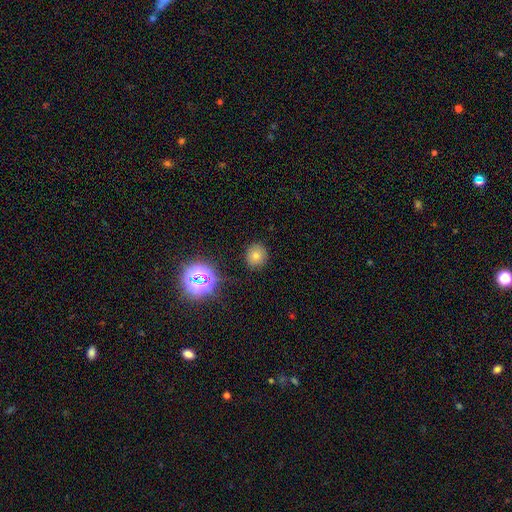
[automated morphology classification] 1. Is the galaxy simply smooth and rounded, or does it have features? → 65% smooth, 26% star or artifact, 10% featured or disk.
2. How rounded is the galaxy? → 78% round, 21% in between, 1% cigar-shaped.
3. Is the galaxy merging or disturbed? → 87% none, 9% minor disturbance, 3% major disturbance, 2% merger.